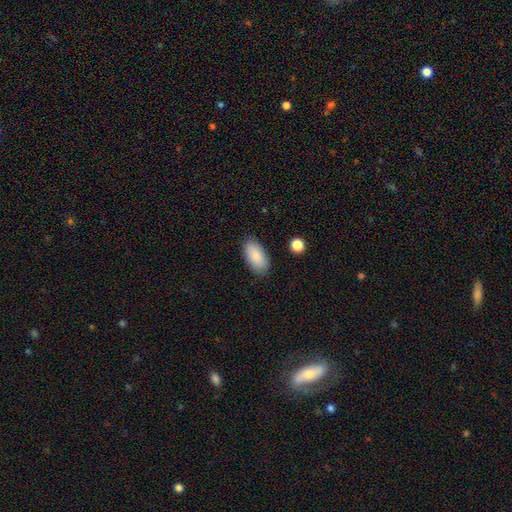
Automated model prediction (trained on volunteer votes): Q: Smooth or featured?
A: smooth (86%); runner-up: featured or disk (7%)
Q: How rounded?
A: in between (94%); runner-up: cigar-shaped (4%)
Q: Merging?
A: none (86%); runner-up: minor disturbance (10%)